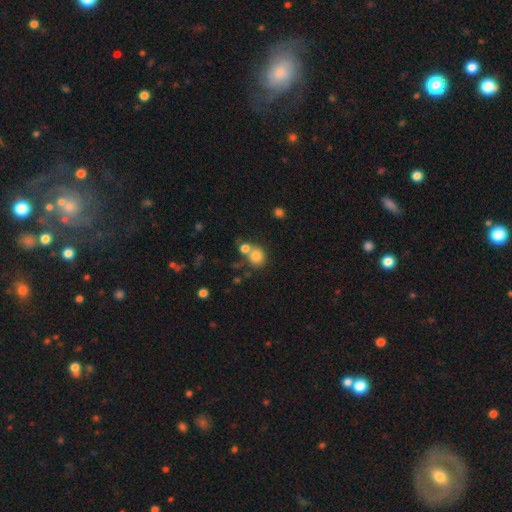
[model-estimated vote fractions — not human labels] Overall: smooth (81%). How rounded: round (81%). Merging: none (53%; merger 33%).